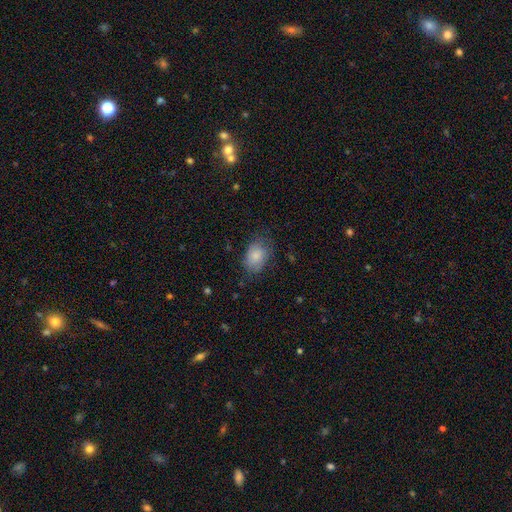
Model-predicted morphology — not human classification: A smooth galaxy with no disk features (83%) that is in between round and cigar-shaped (81%). Merging: none (66%).